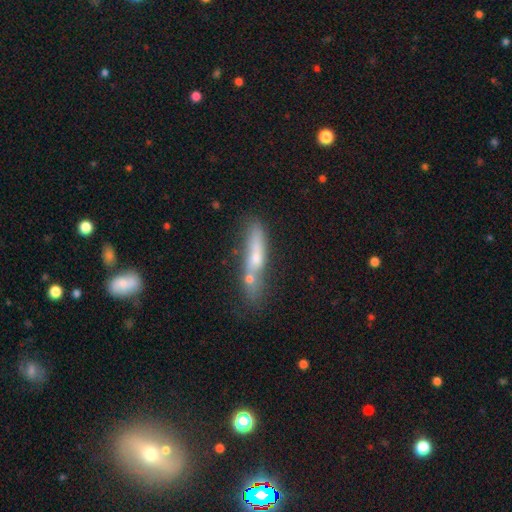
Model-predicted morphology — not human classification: type=smooth (55%); roundness=cigar-shaped (78%); merging=none (42%).